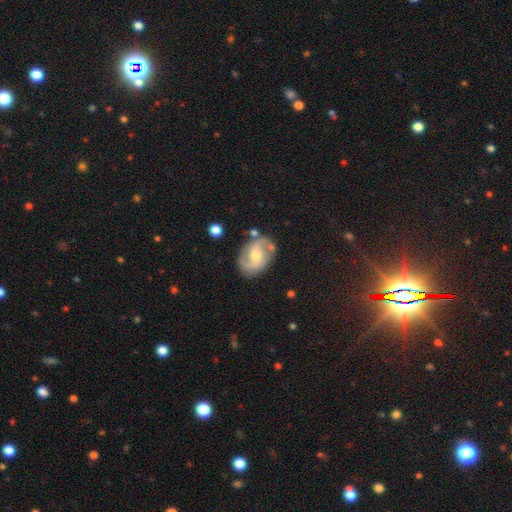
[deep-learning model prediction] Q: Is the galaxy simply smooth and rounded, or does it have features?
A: featured or disk — 79%.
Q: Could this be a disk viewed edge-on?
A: no — 97%.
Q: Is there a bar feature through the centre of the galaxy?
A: weak — 48%.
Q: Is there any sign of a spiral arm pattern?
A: yes — 92%.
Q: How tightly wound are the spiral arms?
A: medium — 49%.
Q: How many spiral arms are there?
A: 2 — 90%.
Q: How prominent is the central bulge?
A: moderate — 56%.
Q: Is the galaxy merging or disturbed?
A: none — 76%.